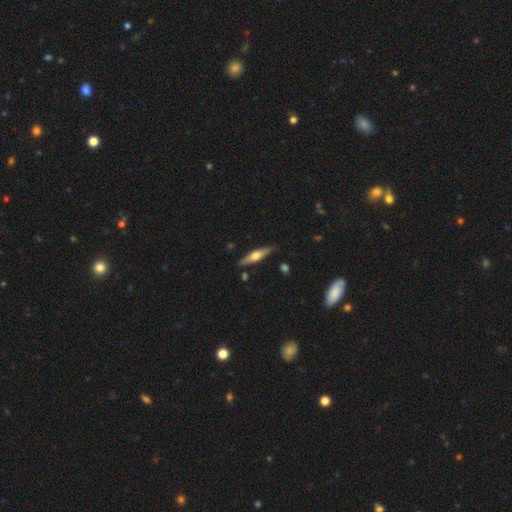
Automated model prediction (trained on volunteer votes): This is possibly a featured or disk galaxy (53%). It is clearly viewed edge-on (93%). Merging: clearly none (85%).